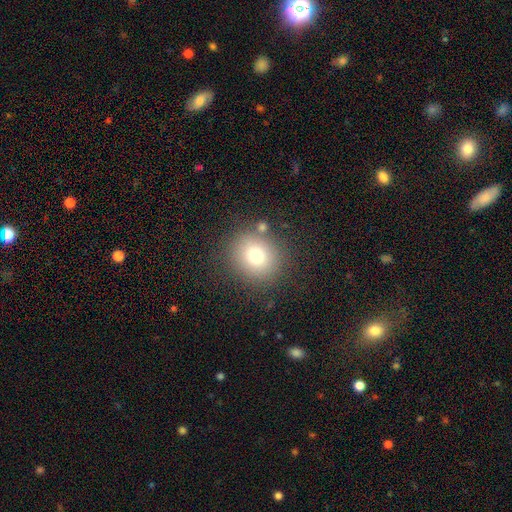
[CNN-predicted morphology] This appears to be a smooth galaxy with no disk features (74%) that is round (87%). Merging: none (81%).